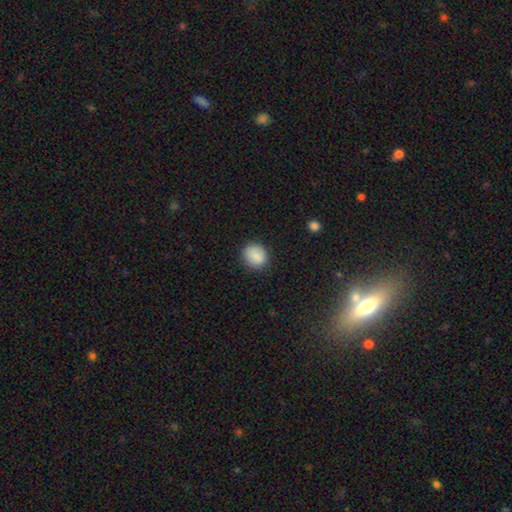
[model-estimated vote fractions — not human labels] This appears to be a smooth galaxy with no disk features (86%) that is round (72%). Merging: none (85%).